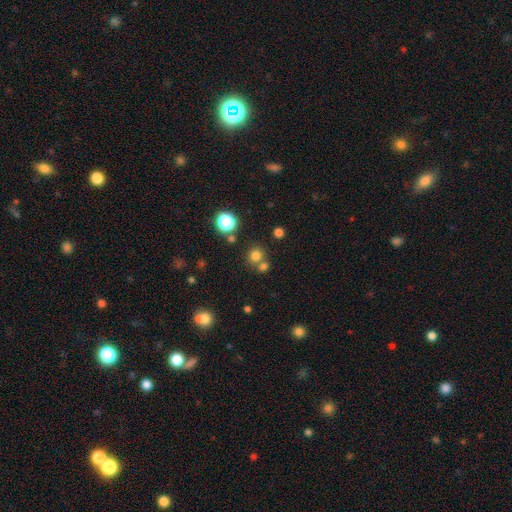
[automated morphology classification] The model was most divided on "merging": none: 65%, merger: 26%, minor disturbance: 7%, major disturbance: 3%. More confident: how rounded — round (89%); smooth or featured — smooth (73%).